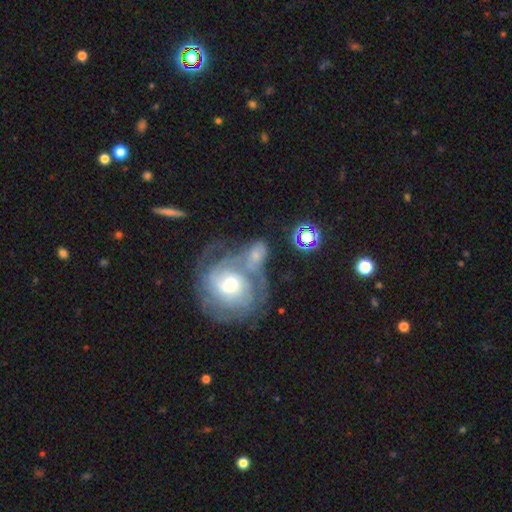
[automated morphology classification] Smooth or featured?
  - featured or disk: 62% *
  - smooth: 27%
  - star or artifact: 11%
Edge-on disk?
  - no: 96% *
  - yes: 4%
Bar?
  - no: 66% *
  - weak: 27%
  - strong: 8%
Spiral arms?
  - yes: 80% *
  - no: 20%
Bulge size?
  - moderate: 51% *
  - small: 28%
  - large: 13%
  - none: 6%
  - dominant: 3%
Merging?
  - merger: 57% *
  - none: 21%
  - major disturbance: 11%
  - minor disturbance: 10%